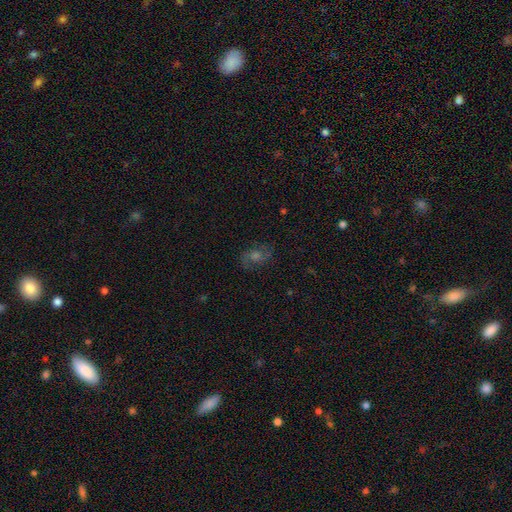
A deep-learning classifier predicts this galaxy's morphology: type=featured or disk (57%); edge-on=no (95%); bar=no (60%); spiral arms=yes (88%); bulge=moderate (56%); merging=none (80%).